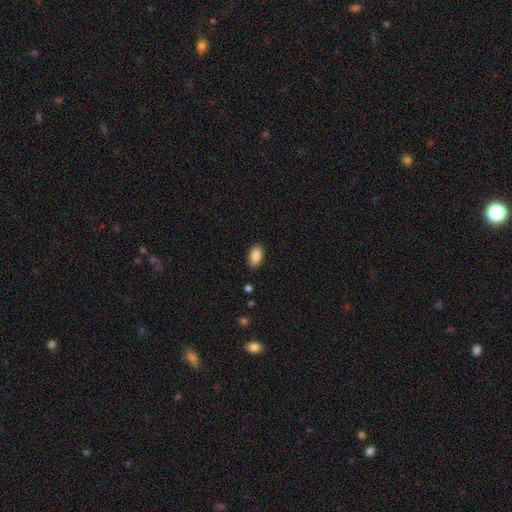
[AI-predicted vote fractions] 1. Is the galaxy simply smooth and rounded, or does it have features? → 88% smooth, 7% star or artifact, 5% featured or disk.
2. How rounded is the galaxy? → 94% in between, 4% round, 2% cigar-shaped.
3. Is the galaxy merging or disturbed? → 88% none, 9% minor disturbance, 2% major disturbance, 1% merger.